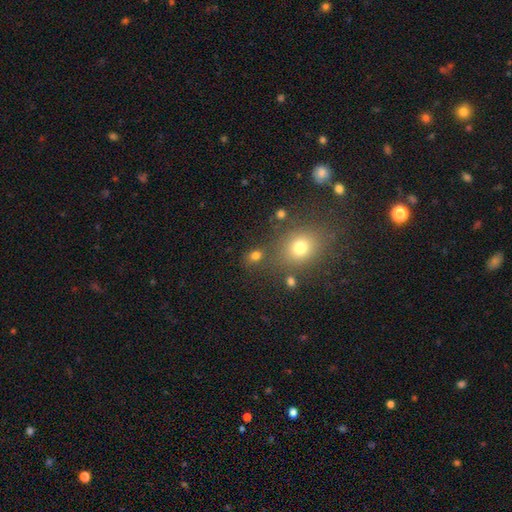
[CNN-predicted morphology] This appears to be a smooth galaxy with no disk features (73%) that is round (64%). Merging: none (70%).